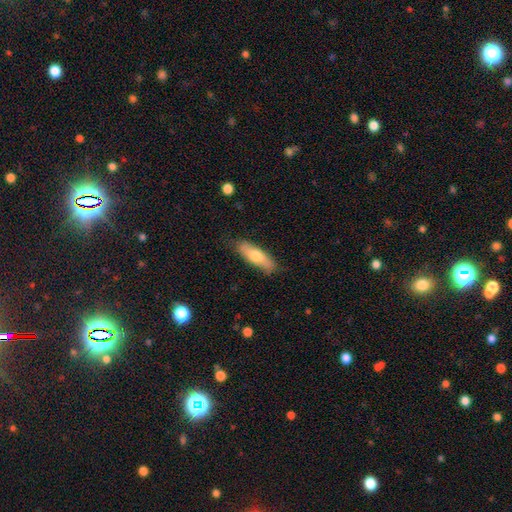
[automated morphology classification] Smooth or featured: smooth — 67% (featured or disk — 27%)
How rounded: cigar-shaped — 51% (in between — 47%)
Merging: none — 82% (minor disturbance — 14%)